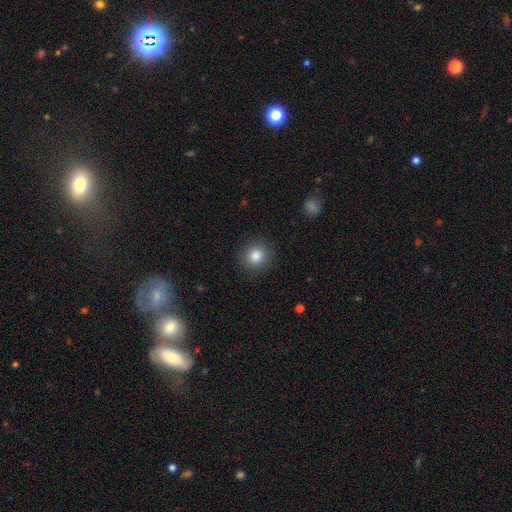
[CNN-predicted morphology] Smooth or featured? Predicted: smooth (p=0.84). How rounded? Predicted: round (p=0.88). Merging? Predicted: none (p=0.90).